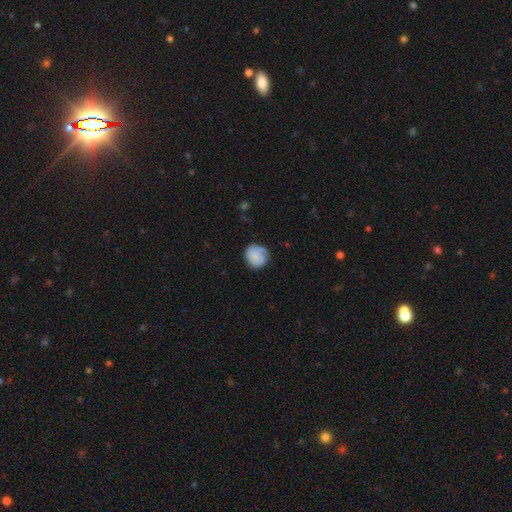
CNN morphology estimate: Smooth or featured?
  - smooth: 72% *
  - featured or disk: 21%
  - star or artifact: 7%
How rounded?
  - round: 81% *
  - in between: 18%
  - cigar-shaped: 1%
Merging?
  - none: 61% *
  - minor disturbance: 27%
  - major disturbance: 10%
  - merger: 2%